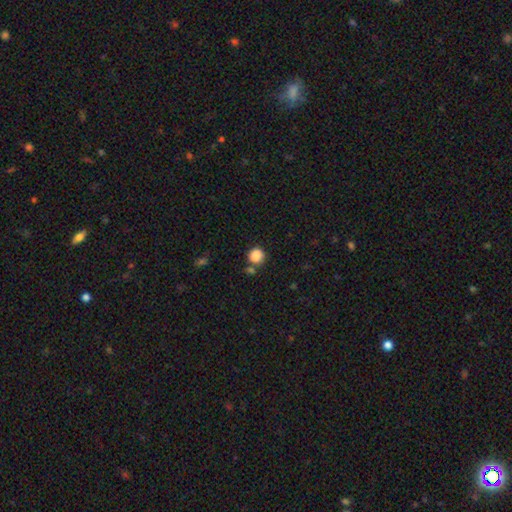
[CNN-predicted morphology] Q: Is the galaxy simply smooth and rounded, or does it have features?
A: smooth — 86%.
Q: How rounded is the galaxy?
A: round — 88%.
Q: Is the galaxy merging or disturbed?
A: none — 67%.